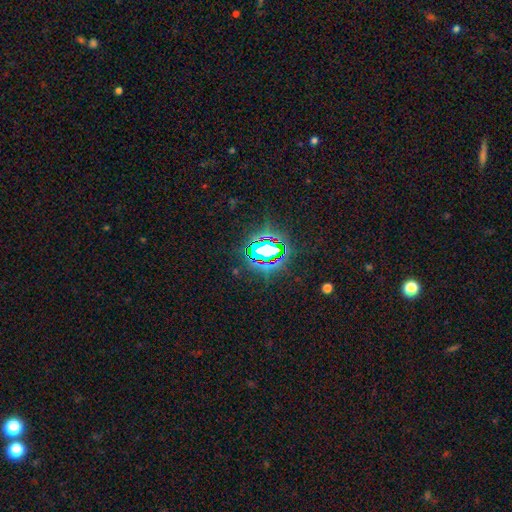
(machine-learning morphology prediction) star or artifact 83%, smooth 10%, featured or disk 7%.